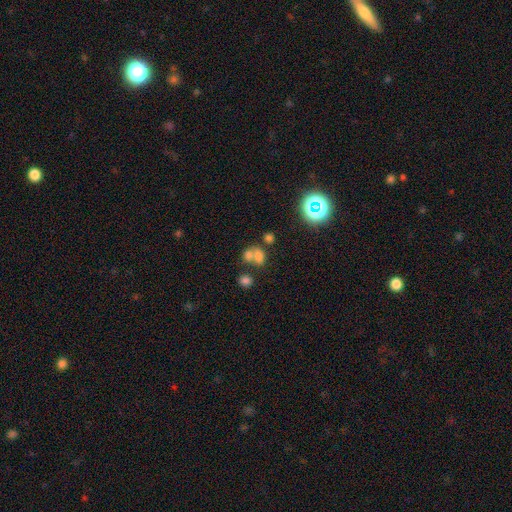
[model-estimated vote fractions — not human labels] Morphology: type=smooth (65%); roundness=in between (57%); merging=merger (55%).